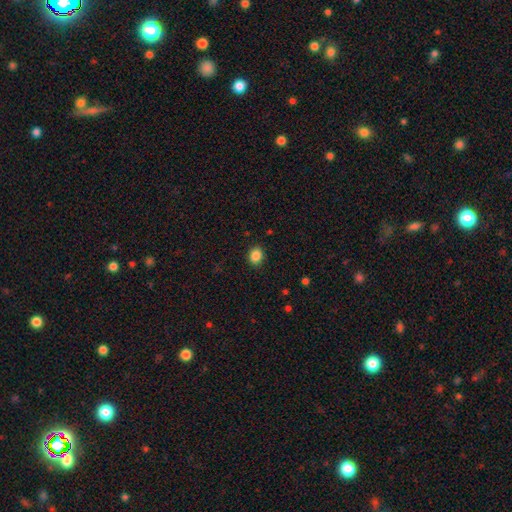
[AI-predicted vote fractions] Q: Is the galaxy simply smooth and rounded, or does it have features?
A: smooth — 87%.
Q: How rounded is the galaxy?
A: round — 56%.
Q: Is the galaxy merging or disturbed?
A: none — 88%.